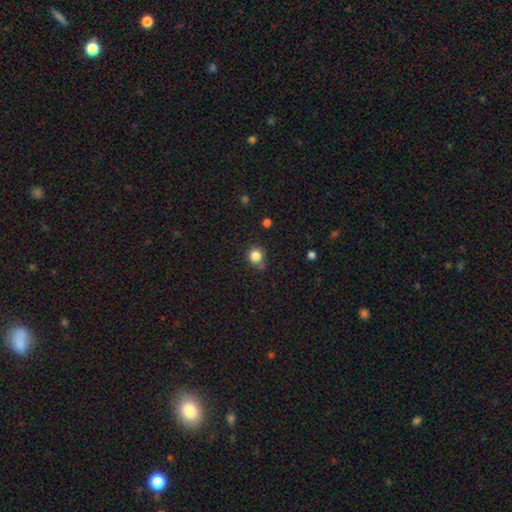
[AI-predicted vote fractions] Smooth or featured? smooth (83%)
How rounded? round (89%)
Merging? none (73%)